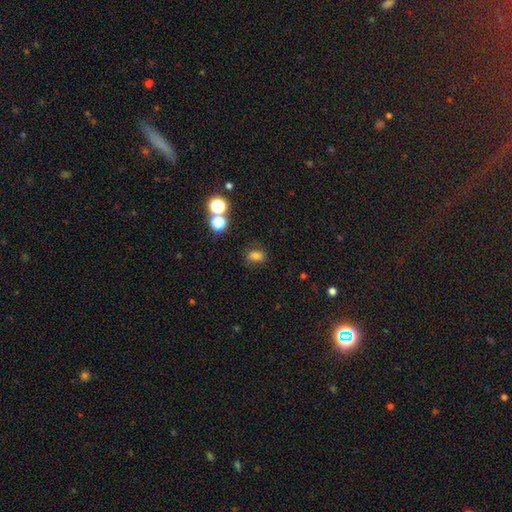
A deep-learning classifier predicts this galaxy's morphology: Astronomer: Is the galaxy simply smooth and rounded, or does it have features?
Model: smooth — 75%.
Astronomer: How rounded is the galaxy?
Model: in between — 68%.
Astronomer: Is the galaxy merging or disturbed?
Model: none — 73%.